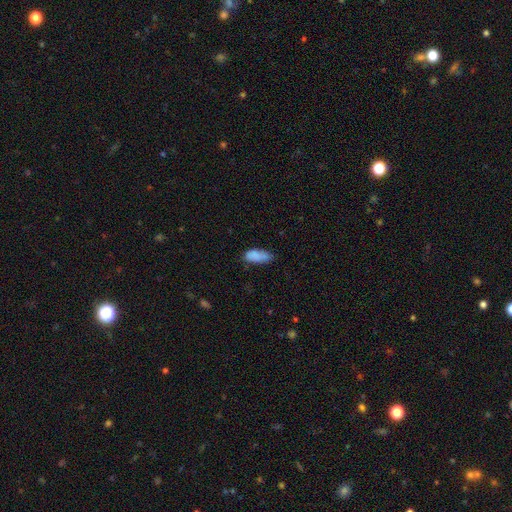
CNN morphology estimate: A smooth galaxy with no disk features (83%) that is in between round and cigar-shaped (84%). Merging: none (56%).